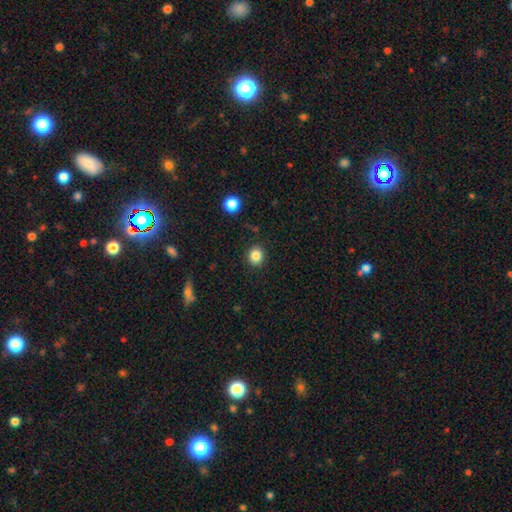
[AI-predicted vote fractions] Smooth or featured? smooth (85%)
How rounded? round (81%)
Merging? none (89%)